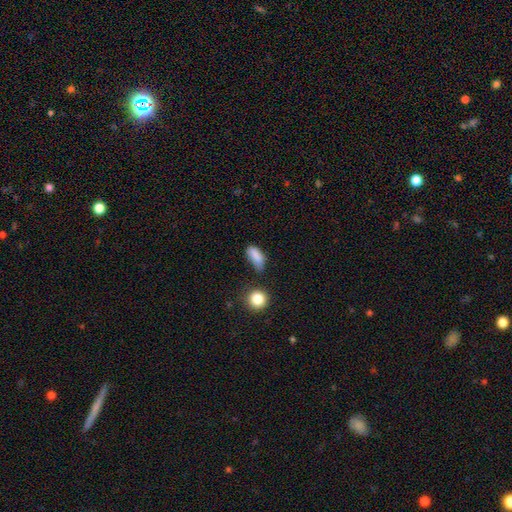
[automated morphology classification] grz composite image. It shows a smooth galaxy with no disk features (83%) that is in between round and cigar-shaped (78%). Merging: none (48%).